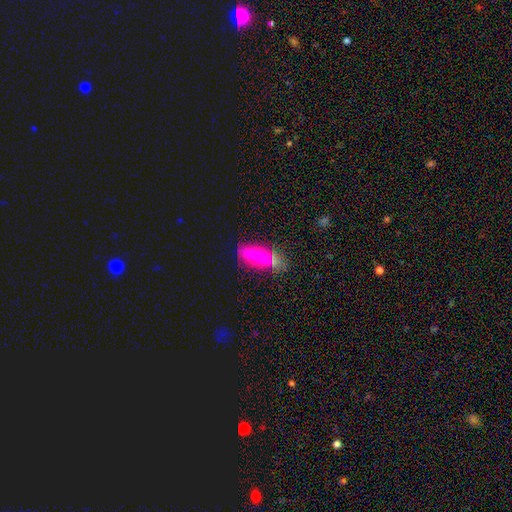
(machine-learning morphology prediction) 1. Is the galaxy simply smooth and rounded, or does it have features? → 72% smooth, 16% featured or disk, 12% star or artifact.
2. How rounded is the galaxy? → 70% in between, 26% cigar-shaped, 4% round.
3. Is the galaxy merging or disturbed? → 63% none, 19% minor disturbance, 12% merger, 6% major disturbance.